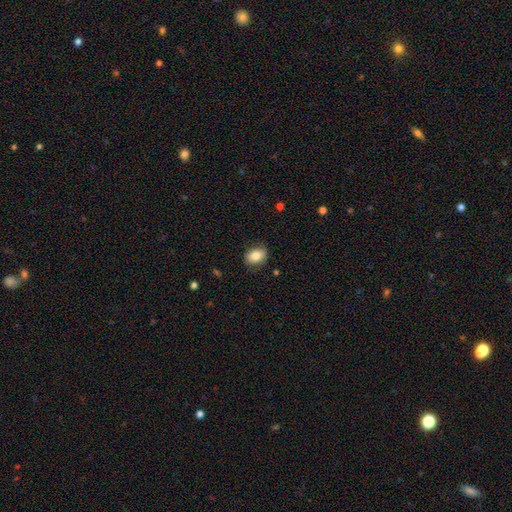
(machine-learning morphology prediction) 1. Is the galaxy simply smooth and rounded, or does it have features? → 83% smooth, 9% featured or disk, 8% star or artifact.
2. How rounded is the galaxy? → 78% in between, 21% round, 1% cigar-shaped.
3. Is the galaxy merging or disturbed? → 82% none, 14% minor disturbance, 3% major disturbance, 1% merger.